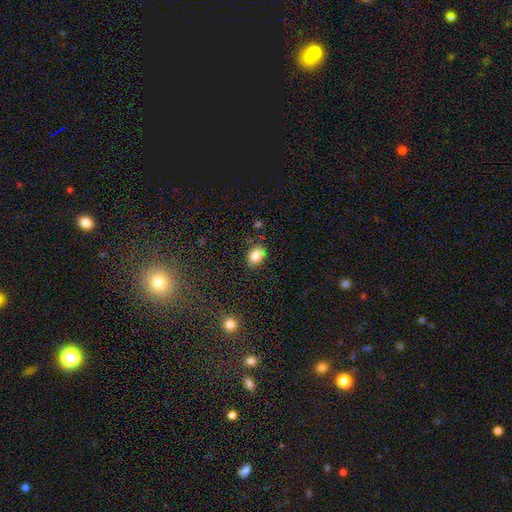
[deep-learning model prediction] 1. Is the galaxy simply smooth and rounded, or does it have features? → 84% smooth, 9% star or artifact, 7% featured or disk.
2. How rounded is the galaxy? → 81% in between, 18% round, 1% cigar-shaped.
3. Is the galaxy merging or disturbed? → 82% none, 13% minor disturbance, 3% major disturbance, 2% merger.